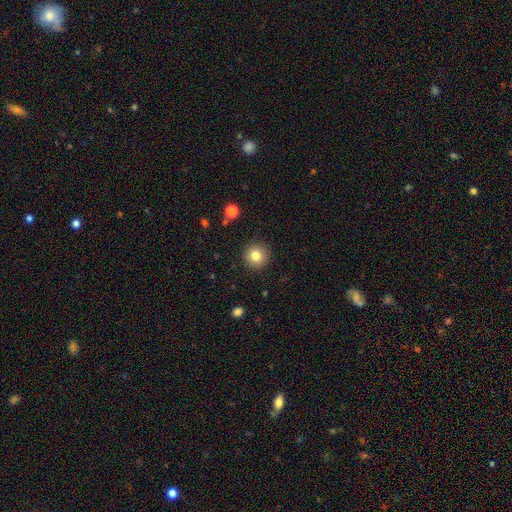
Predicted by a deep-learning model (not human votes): smooth 81%, star or artifact 11%, featured or disk 8%. Down the decision tree: how rounded — round (95%); merging — none (91%).